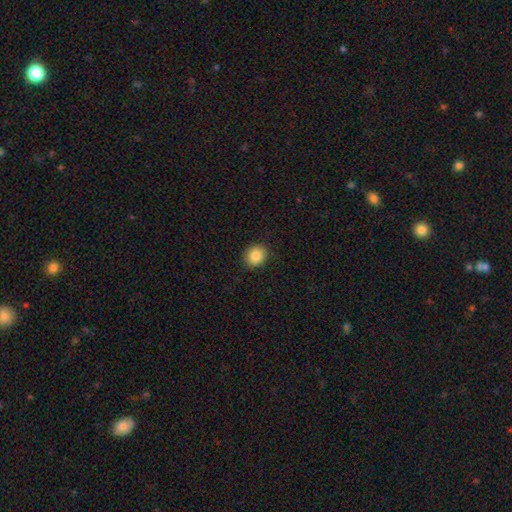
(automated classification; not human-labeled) Smooth or featured: smooth — 86% (star or artifact — 9%)
How rounded: round — 76% (in between — 23%)
Merging: none — 88% (minor disturbance — 9%)